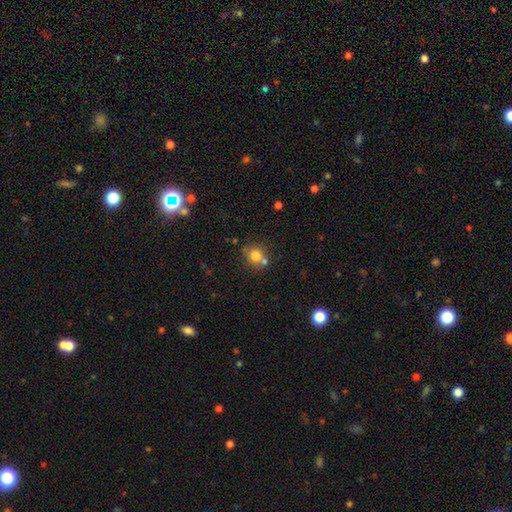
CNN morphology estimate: smooth-or-featured: smooth: 77% | star or artifact: 12% | featured or disk: 11%
  how-rounded: round: 81% | in between: 18% | cigar-shaped: 1%
  merging: none: 58% | merger: 25% | minor disturbance: 12% | major disturbance: 4%